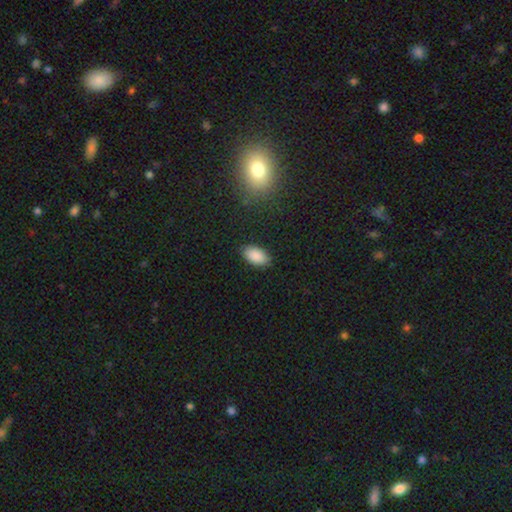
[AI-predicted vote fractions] smooth_or_featured: smooth (p=0.89) [alt: star or artifact p=0.07]
how_rounded: in between (p=0.94) [alt: round p=0.04]
merging: none (p=0.86) [alt: minor disturbance p=0.11]